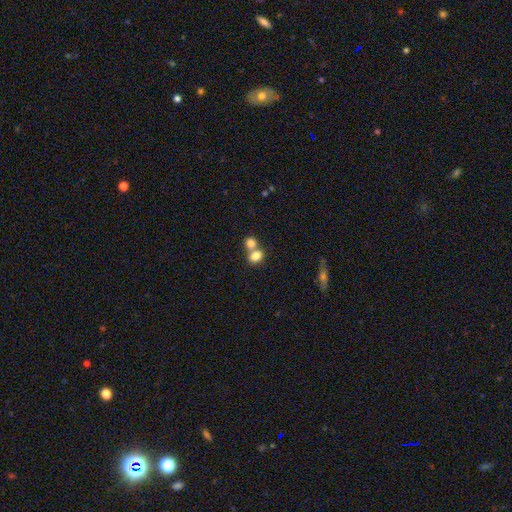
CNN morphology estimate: Smooth or featured: smooth — 80% (star or artifact — 10%)
How rounded: in between — 50% (round — 49%)
Merging: merger — 54% (none — 35%)